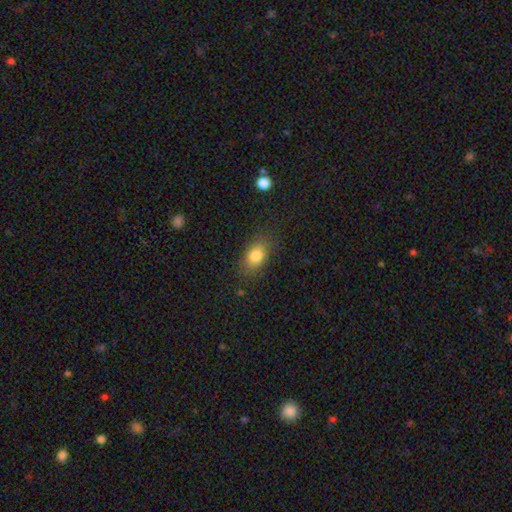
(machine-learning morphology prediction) smooth 82%, star or artifact 10%, featured or disk 9%. Down the decision tree: how rounded — in between (80%); merging — none (78%).